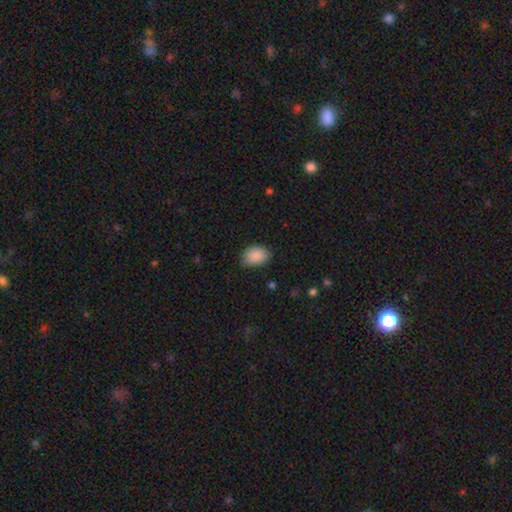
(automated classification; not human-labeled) Morphology: type=smooth (88%); roundness=in between (79%); merging=none (81%).